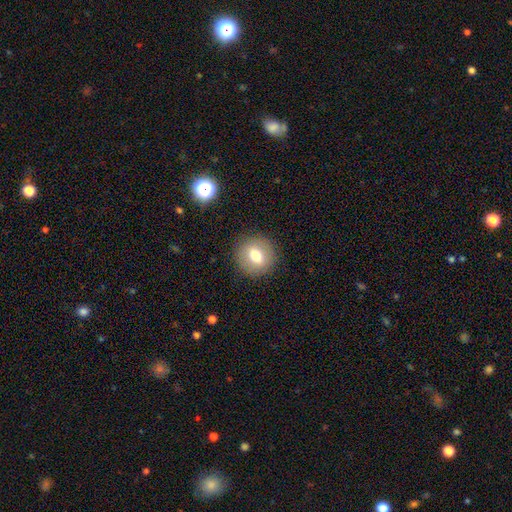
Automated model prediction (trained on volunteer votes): Q: Smooth or featured?
A: smooth (71%); runner-up: featured or disk (20%)
Q: How rounded?
A: round (83%); runner-up: in between (16%)
Q: Merging?
A: none (88%); runner-up: minor disturbance (8%)